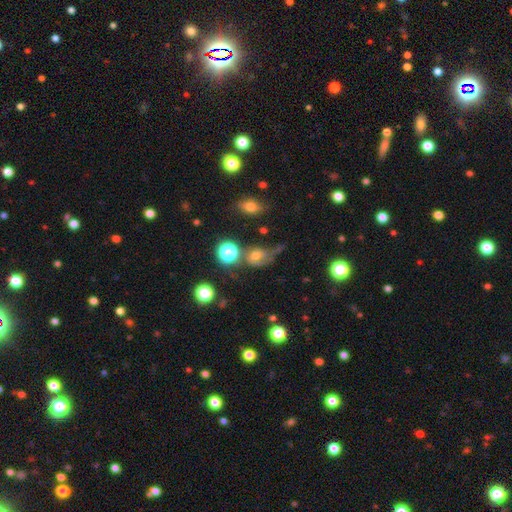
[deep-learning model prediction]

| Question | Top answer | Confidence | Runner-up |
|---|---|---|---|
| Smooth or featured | smooth | 44% | featured or disk (34%) |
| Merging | none | 32% | major disturbance (31%) |